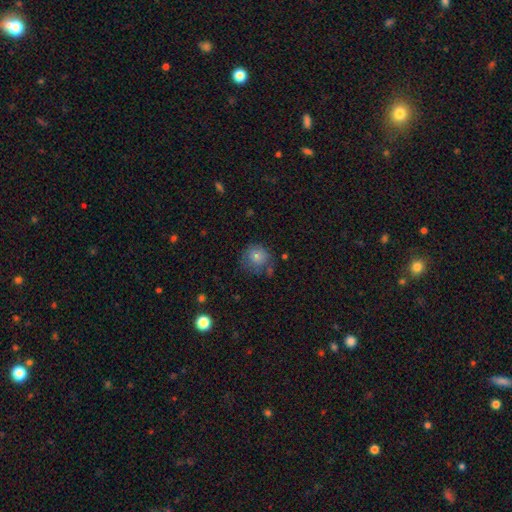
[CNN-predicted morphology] The model was most divided on "merging": none: 67%, minor disturbance: 21%, major disturbance: 7%, merger: 5%. More confident: how rounded — round (88%); smooth or featured — smooth (74%).